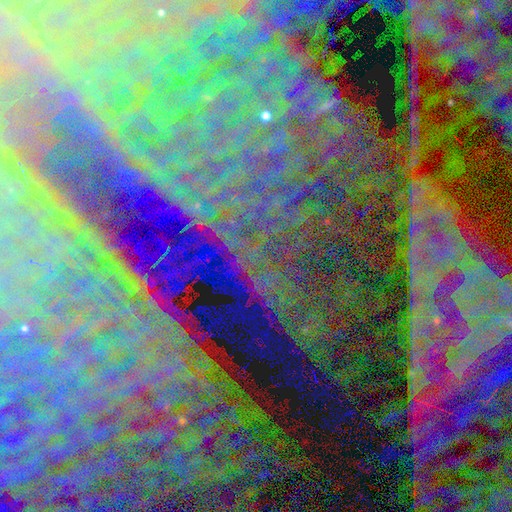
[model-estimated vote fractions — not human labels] Smooth or featured? Predicted: star or artifact (p=0.80).